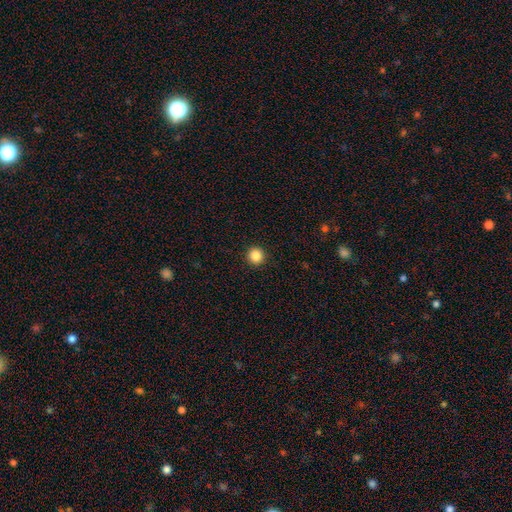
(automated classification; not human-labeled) Smooth or featured? Predicted: smooth (p=0.86). How rounded? Predicted: round (p=0.95). Merging? Predicted: none (p=0.93).